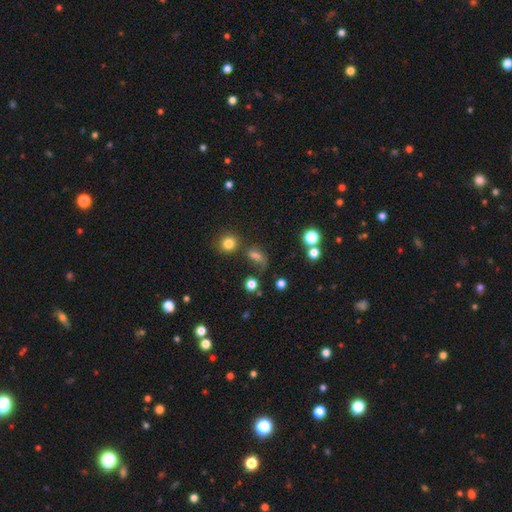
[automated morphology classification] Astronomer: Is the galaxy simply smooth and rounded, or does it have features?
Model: smooth — 66%.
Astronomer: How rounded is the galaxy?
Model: in between — 61%.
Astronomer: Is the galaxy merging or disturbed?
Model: none — 39% (runner-up: major disturbance, 27%).